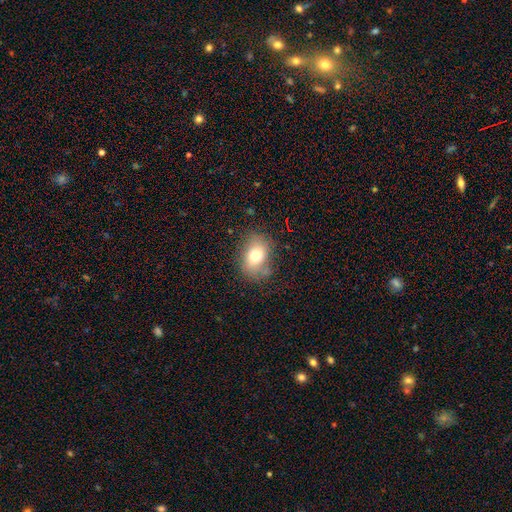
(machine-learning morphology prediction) smooth_or_featured: smooth (p=0.72) [alt: featured or disk p=0.18]
how_rounded: in between (p=0.69) [alt: round p=0.29]
merging: none (p=0.70) [alt: minor disturbance p=0.20]